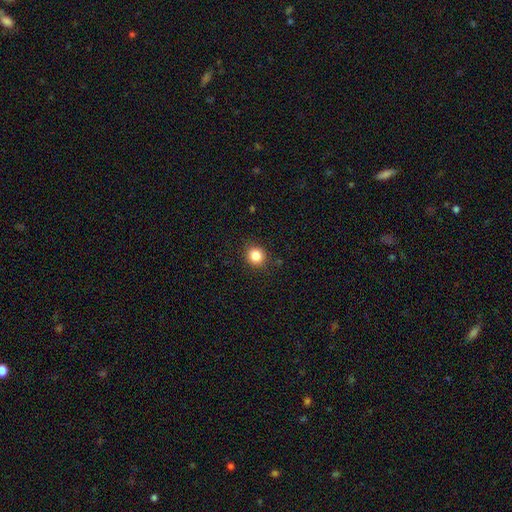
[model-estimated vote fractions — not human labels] smooth_or_featured: smooth (p=0.85) [alt: star or artifact p=0.11]
how_rounded: round (p=0.85) [alt: in between p=0.14]
merging: none (p=0.88) [alt: minor disturbance p=0.09]